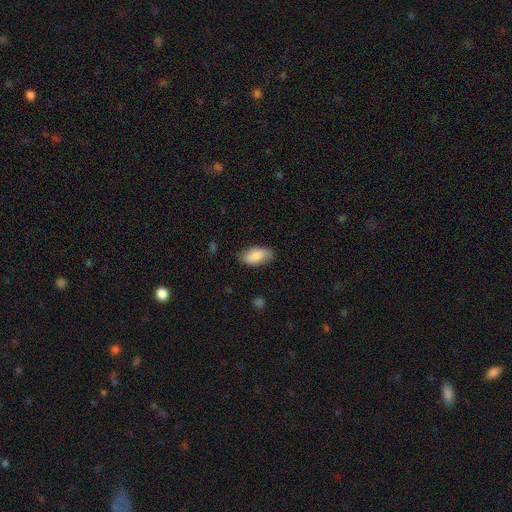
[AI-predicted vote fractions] Smooth or featured? smooth (87%)
How rounded? in between (92%)
Merging? none (82%)